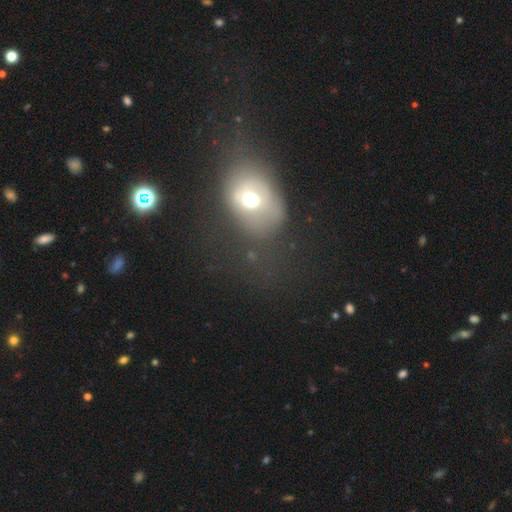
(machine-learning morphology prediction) This is possibly a smooth galaxy (49%). Merging: possibly none (50%).